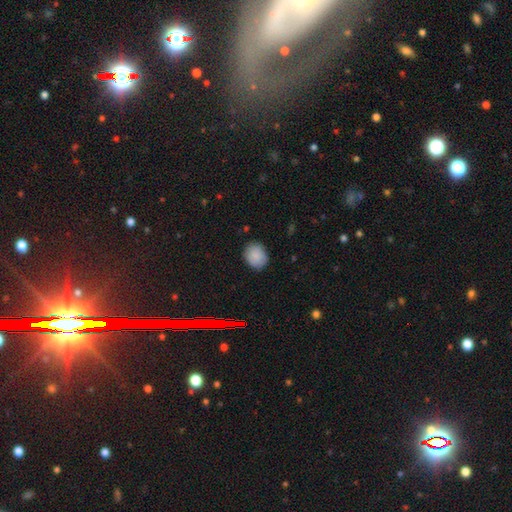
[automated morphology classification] Smooth or featured?
  - smooth: 85% *
  - star or artifact: 8%
  - featured or disk: 6%
How rounded?
  - round: 61% *
  - in between: 38%
  - cigar-shaped: 1%
Merging?
  - none: 83% *
  - minor disturbance: 13%
  - major disturbance: 3%
  - merger: 1%